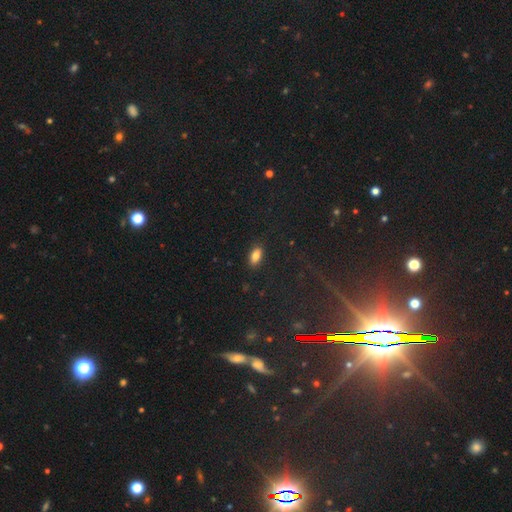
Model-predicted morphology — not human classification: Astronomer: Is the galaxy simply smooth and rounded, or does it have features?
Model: smooth — 82%.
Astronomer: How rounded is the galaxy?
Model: in between — 90%.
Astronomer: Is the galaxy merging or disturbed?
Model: none — 87%.